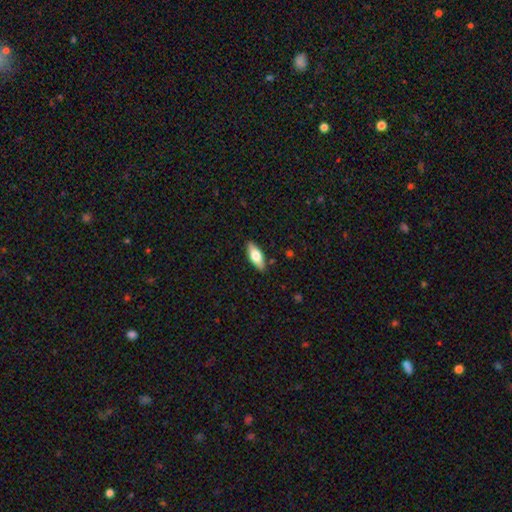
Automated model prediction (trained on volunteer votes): smooth-or-featured: smooth: 67% | featured or disk: 27% | star or artifact: 6%
  how-rounded: in between: 74% | cigar-shaped: 24% | round: 2%
  merging: none: 87% | minor disturbance: 10% | major disturbance: 2% | merger: 1%